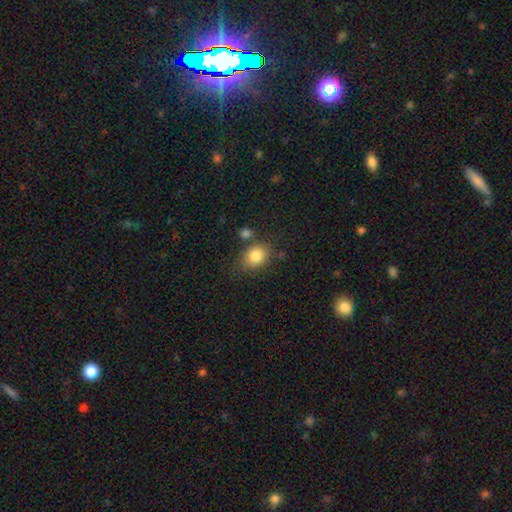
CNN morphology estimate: Smooth or featured: smooth — 84% (star or artifact — 10%)
How rounded: round — 53% (in between — 46%)
Merging: none — 66% (minor disturbance — 17%)